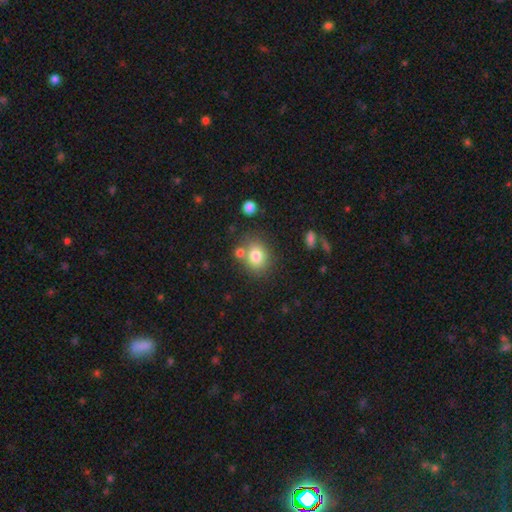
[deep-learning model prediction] smooth 80%, star or artifact 11%, featured or disk 9%. Down the decision tree: how rounded — round (66%); merging — none (68%).